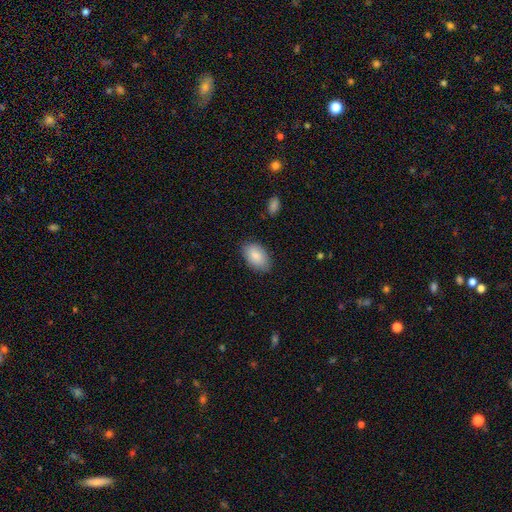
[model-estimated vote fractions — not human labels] Overall: smooth (87%). How rounded: in between (92%). Merging: none (84%).